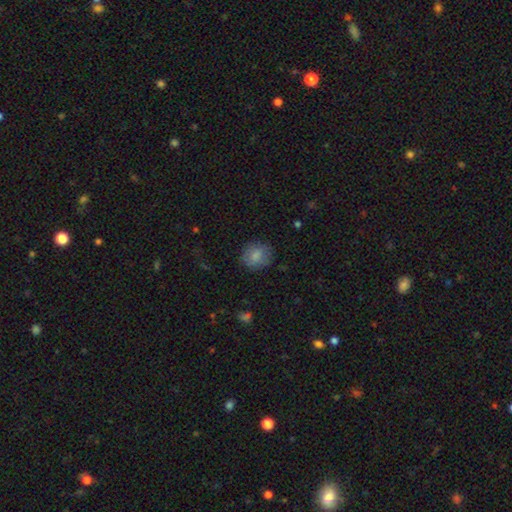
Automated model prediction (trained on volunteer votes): smooth_or_featured: smooth (p=0.80) [alt: featured or disk p=0.12]
how_rounded: round (p=0.74) [alt: in between p=0.25]
merging: none (p=0.79) [alt: minor disturbance p=0.15]